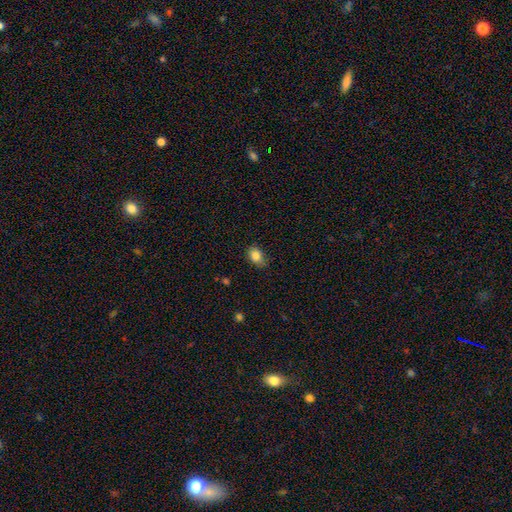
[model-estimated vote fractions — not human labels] Overall: smooth (83%). How rounded: in between (68%; round 30%). Merging: none (71%).